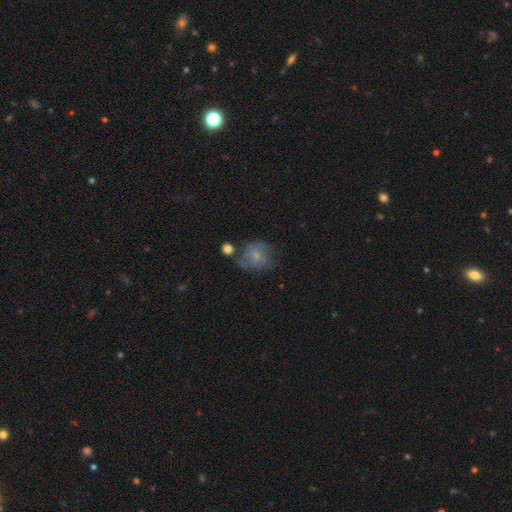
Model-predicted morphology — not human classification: This appears to be a smooth galaxy with no disk features (58%) that is round (64%). Merging: none (45%).